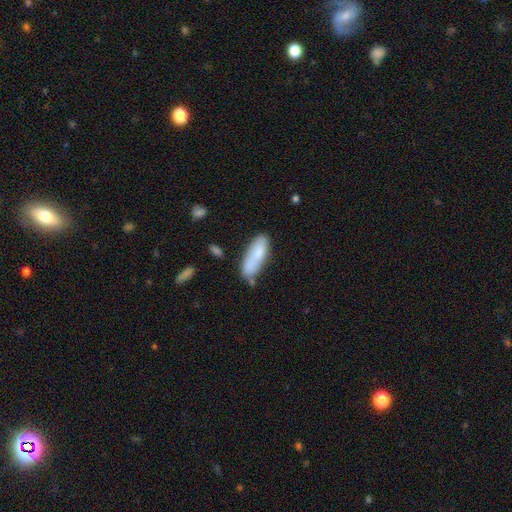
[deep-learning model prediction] smooth-or-featured: smooth: 78% | featured or disk: 16% | star or artifact: 6%
  how-rounded: in between: 62% | cigar-shaped: 36% | round: 2%
  merging: none: 60% | minor disturbance: 25% | merger: 10% | major disturbance: 6%